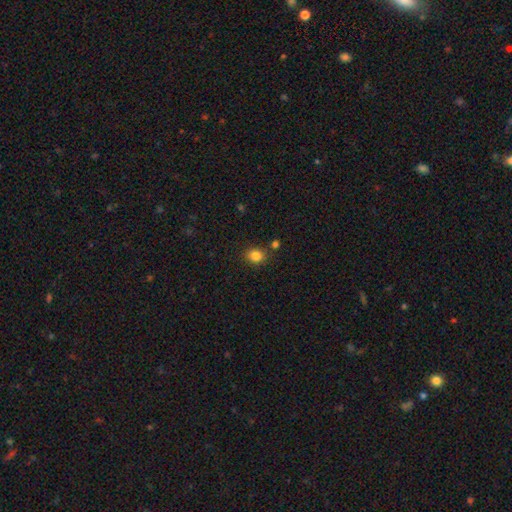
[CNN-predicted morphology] Smooth or featured?
  - smooth: 84% *
  - star or artifact: 11%
  - featured or disk: 5%
How rounded?
  - round: 63% *
  - in between: 36%
  - cigar-shaped: 1%
Merging?
  - none: 82% *
  - minor disturbance: 10%
  - merger: 5%
  - major disturbance: 3%